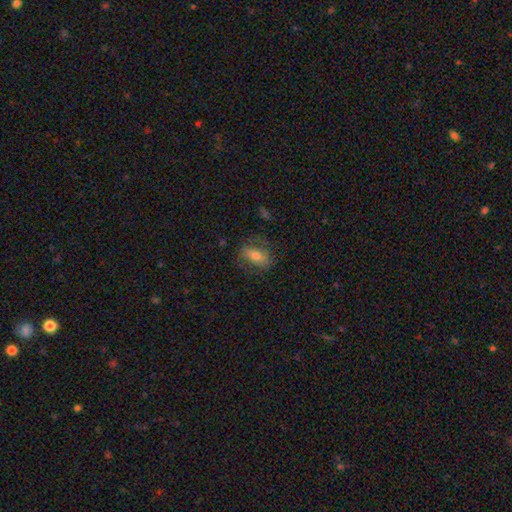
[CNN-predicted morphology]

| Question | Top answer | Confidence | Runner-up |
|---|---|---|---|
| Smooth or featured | smooth | 60% | featured or disk (31%) |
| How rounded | in between | 81% | round (12%) |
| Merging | none | 71% | minor disturbance (19%) |